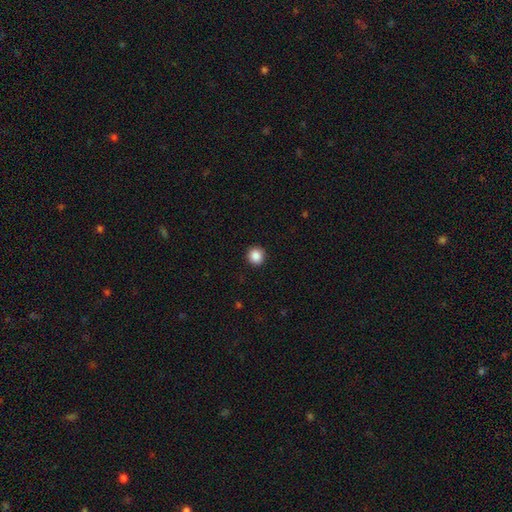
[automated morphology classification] Smooth or featured? smooth (88%)
How rounded? round (93%)
Merging? none (93%)